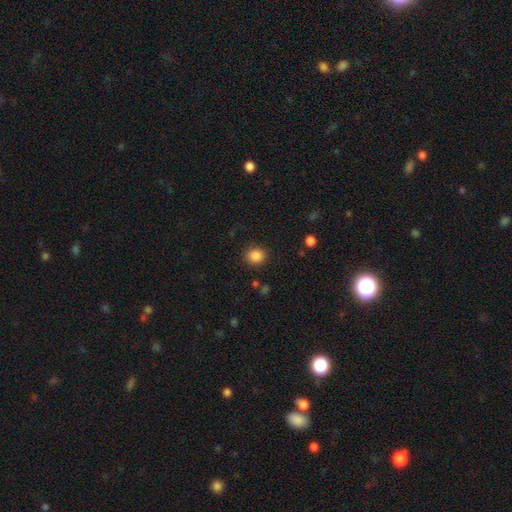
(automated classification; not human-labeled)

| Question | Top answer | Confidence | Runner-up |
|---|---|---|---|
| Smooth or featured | smooth | 87% | star or artifact (10%) |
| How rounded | round | 81% | in between (18%) |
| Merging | none | 88% | minor disturbance (7%) |